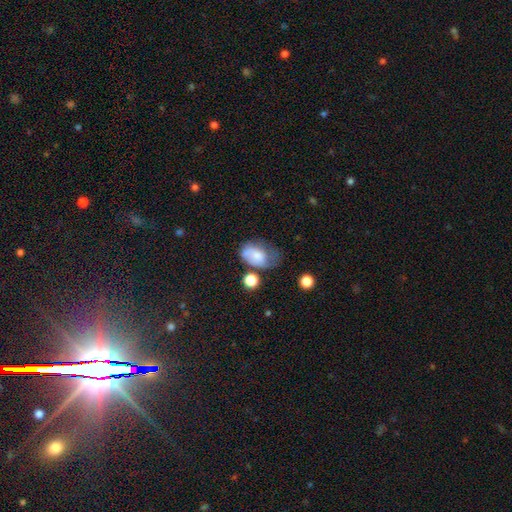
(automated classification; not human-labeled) The model was most divided on "merging": minor disturbance: 34%, none: 29%, major disturbance: 27%, merger: 10%. More confident: how rounded — in between (84%); smooth or featured — smooth (68%).